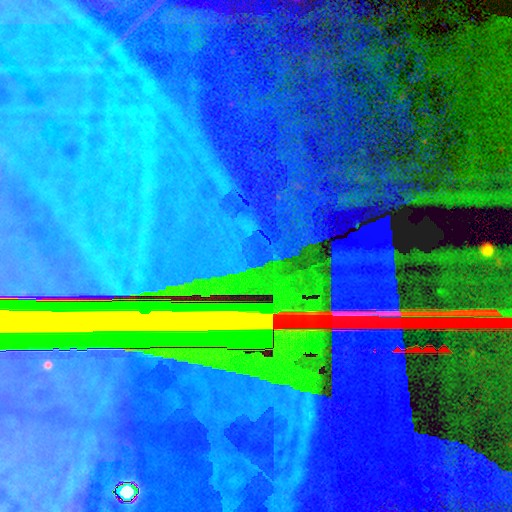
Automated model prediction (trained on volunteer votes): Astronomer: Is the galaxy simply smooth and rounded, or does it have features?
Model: star or artifact — 86%.